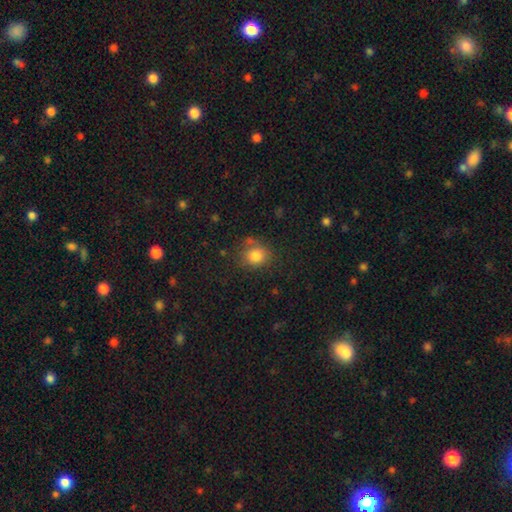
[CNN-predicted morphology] This appears to be a smooth galaxy with no disk features (82%) that is round (79%). Merging: none (69%).